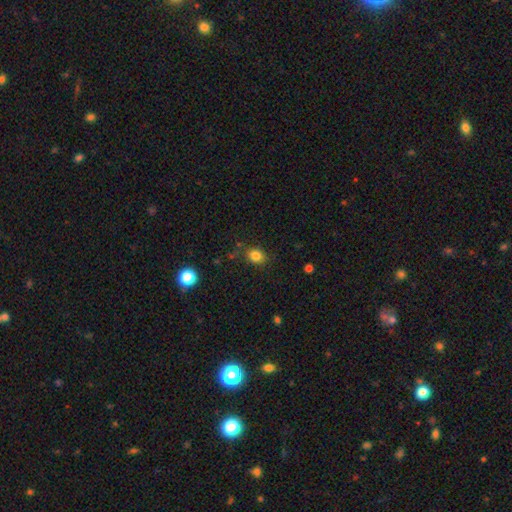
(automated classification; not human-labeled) Q: Smooth or featured?
A: smooth (83%); runner-up: star or artifact (12%)
Q: How rounded?
A: round (61%); runner-up: in between (38%)
Q: Merging?
A: none (82%); runner-up: minor disturbance (12%)